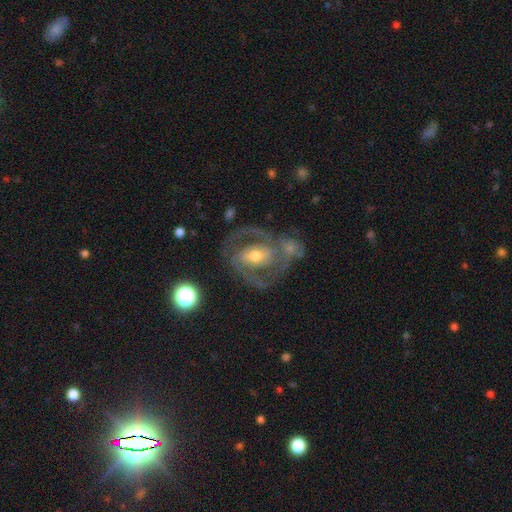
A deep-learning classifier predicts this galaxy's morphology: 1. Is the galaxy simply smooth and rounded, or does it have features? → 82% featured or disk, 12% smooth, 6% star or artifact.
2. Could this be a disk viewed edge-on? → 97% no, 3% yes.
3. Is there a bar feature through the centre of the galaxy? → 40% weak, 34% no, 26% strong.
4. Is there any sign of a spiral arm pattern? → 83% yes, 17% no.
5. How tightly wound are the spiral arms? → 49% medium, 37% tight, 14% loose.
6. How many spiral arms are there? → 81% 2, 10% can't tell, 4% 3, 3% 1, 1% 4, 1% more than 4.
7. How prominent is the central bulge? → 65% moderate, 27% small, 6% large, 1% none, 1% dominant.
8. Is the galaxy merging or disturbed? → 61% none, 15% minor disturbance, 12% merger, 11% major disturbance.